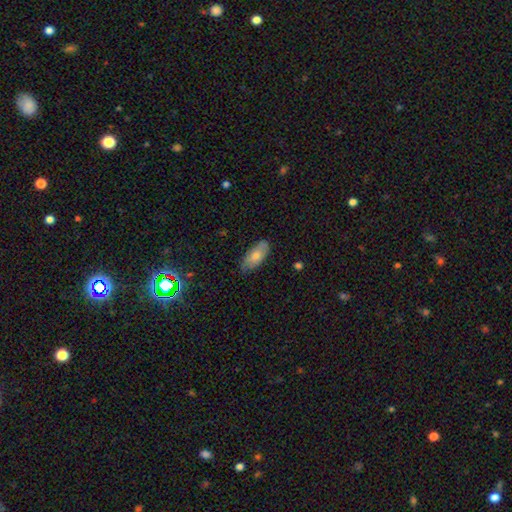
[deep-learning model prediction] Smooth or featured? Predicted: smooth (p=0.66). How rounded? Predicted: in between (p=0.85). Merging? Predicted: none (p=0.81).